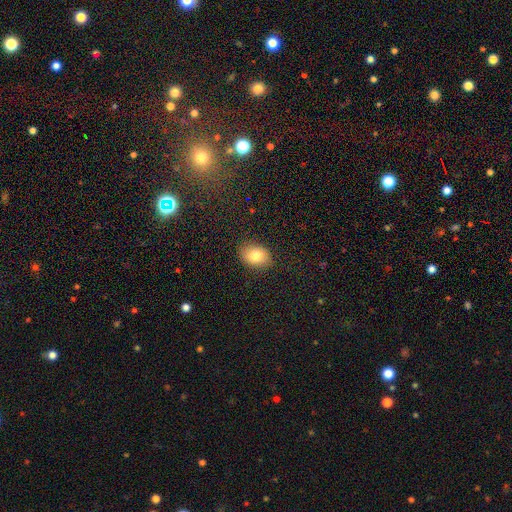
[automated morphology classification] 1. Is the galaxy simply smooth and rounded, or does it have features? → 80% smooth, 10% featured or disk, 9% star or artifact.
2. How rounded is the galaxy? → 67% in between, 32% round, 1% cigar-shaped.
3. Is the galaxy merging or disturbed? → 88% none, 9% minor disturbance, 2% major disturbance, 1% merger.